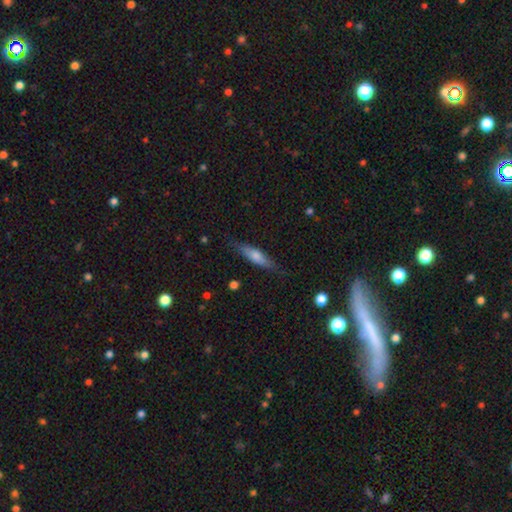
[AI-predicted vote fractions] Smooth or featured? smooth (55%)
How rounded? cigar-shaped (75%)
Merging? none (81%)